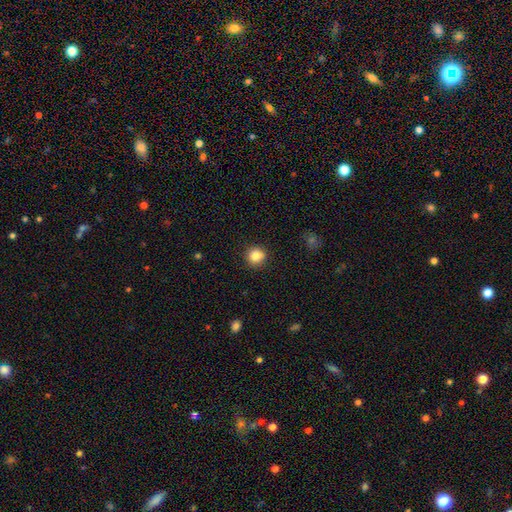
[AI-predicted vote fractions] This is clearly a smooth galaxy (85%). How rounded: clearly round (90%). Merging: clearly none (89%).